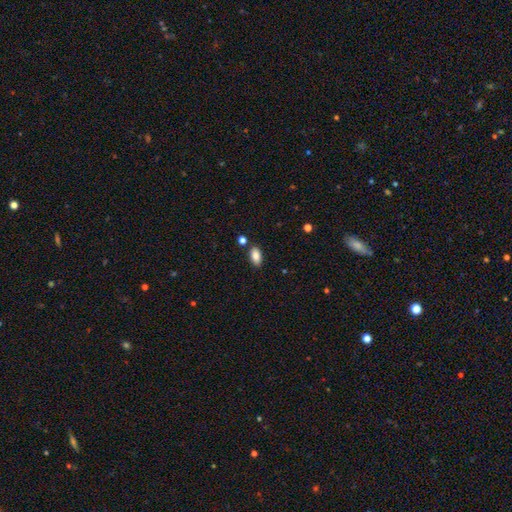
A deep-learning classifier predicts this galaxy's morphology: Smooth or featured: smooth — 86% (star or artifact — 8%)
How rounded: in between — 92% (cigar-shaped — 4%)
Merging: none — 83% (minor disturbance — 10%)